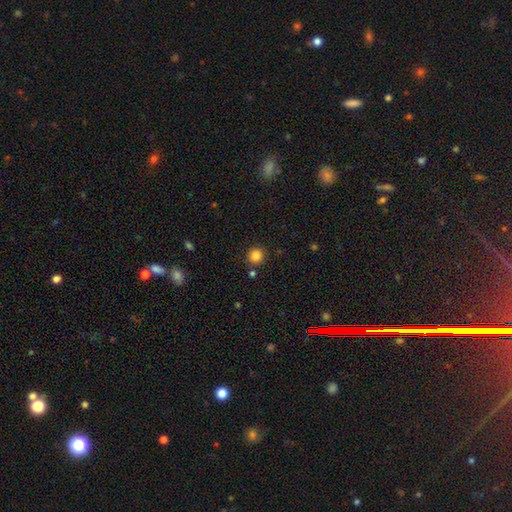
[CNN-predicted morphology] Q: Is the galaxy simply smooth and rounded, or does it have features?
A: smooth — 84%.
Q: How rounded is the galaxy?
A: round — 94%.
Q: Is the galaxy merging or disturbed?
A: none — 87%.